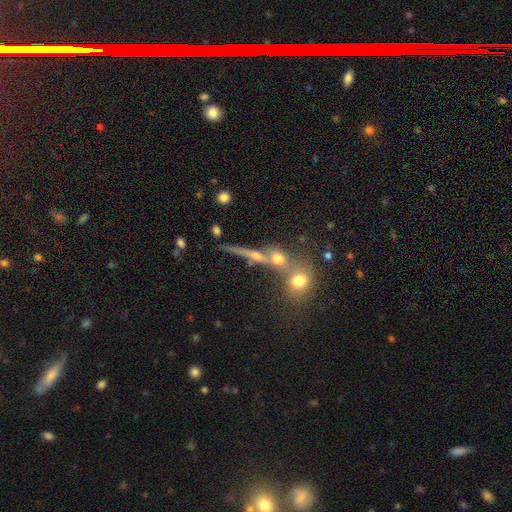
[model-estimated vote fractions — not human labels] Q: Smooth or featured?
A: smooth (42%); runner-up: featured or disk (39%)
Q: Merging?
A: none (47%); runner-up: merger (34%)